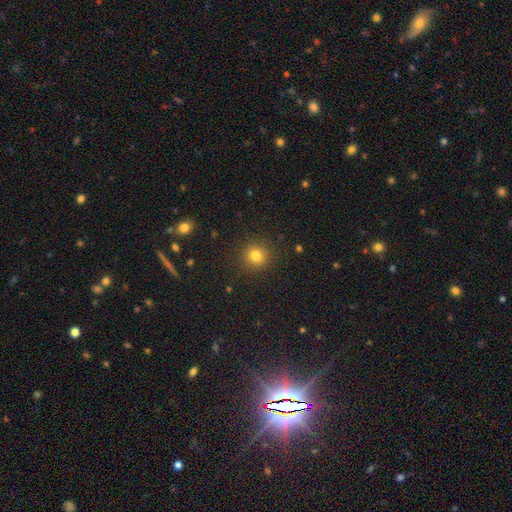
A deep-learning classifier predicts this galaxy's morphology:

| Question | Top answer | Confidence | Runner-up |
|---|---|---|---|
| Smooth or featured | smooth | 80% | star or artifact (14%) |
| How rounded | round | 90% | in between (10%) |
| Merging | none | 90% | minor disturbance (7%) |